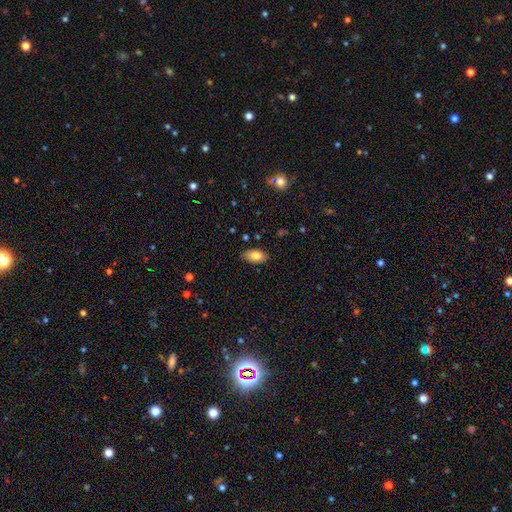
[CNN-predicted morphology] Overall: smooth (82%). How rounded: in between (93%). Merging: none (84%).